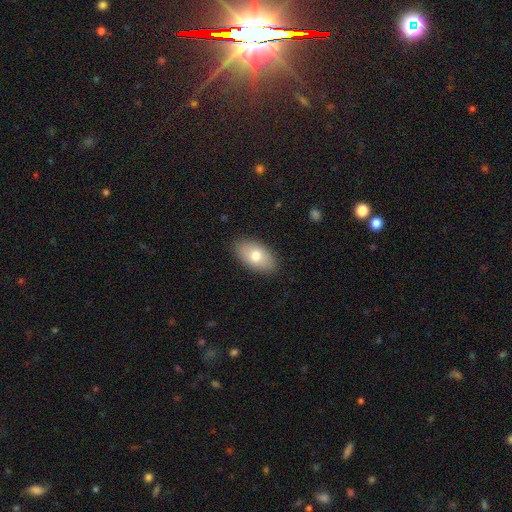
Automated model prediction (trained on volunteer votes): A smooth galaxy with no disk features (75%) that is in between round and cigar-shaped (93%). Merging: none (86%).